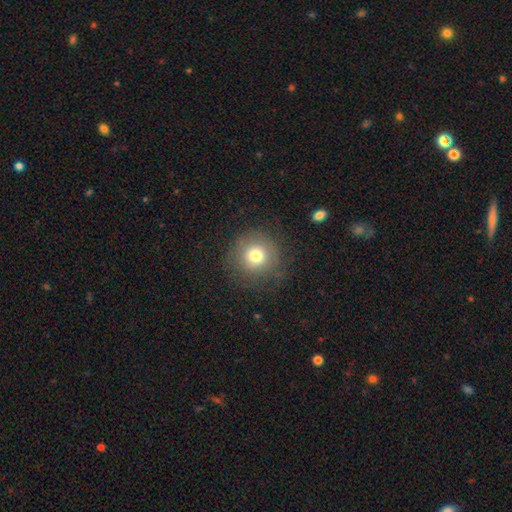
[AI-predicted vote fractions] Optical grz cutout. It shows a smooth galaxy with no disk features (73%) that is round (94%). Merging: none (79%).